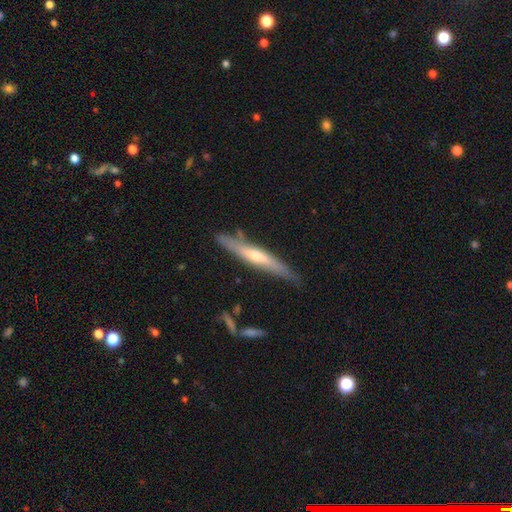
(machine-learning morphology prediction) The model was most divided on "smooth or featured": featured or disk: 65%, smooth: 28%, star or artifact: 7%. More confident: edge-on disk — yes (90%); merging — none (80%); edge-on bulge — rounded (75%).